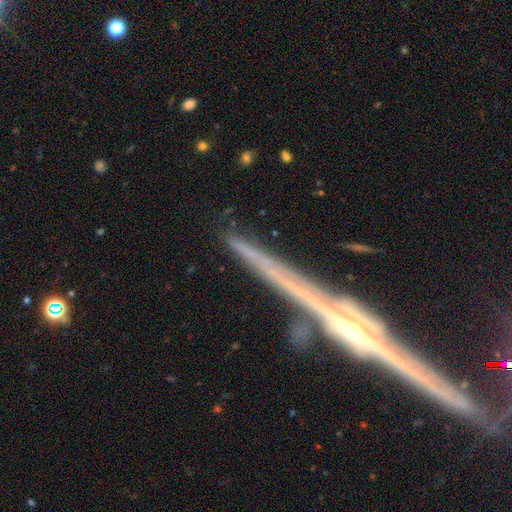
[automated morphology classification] This appears to be a featured or disk galaxy (87%) viewed edge-on (98%) with a rounded central bulge (74%). Merging: none (86%).